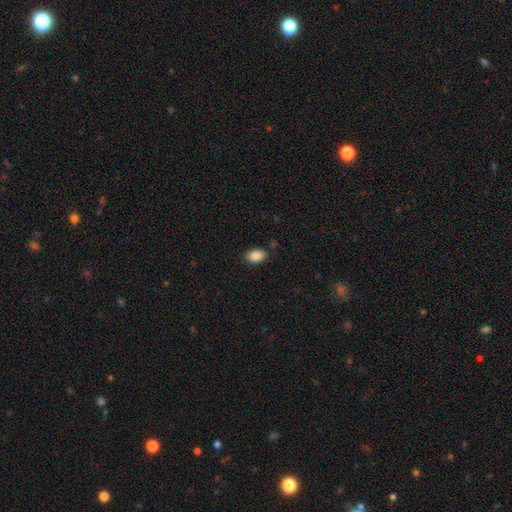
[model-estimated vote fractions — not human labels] Q: Smooth or featured?
A: smooth (88%); runner-up: star or artifact (8%)
Q: How rounded?
A: in between (86%); runner-up: round (13%)
Q: Merging?
A: none (86%); runner-up: minor disturbance (10%)